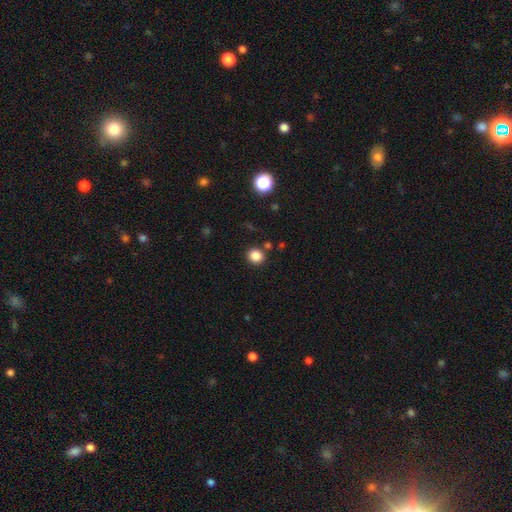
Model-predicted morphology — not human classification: Q: Smooth or featured?
A: smooth (84%); runner-up: star or artifact (12%)
Q: How rounded?
A: round (84%); runner-up: in between (15%)
Q: Merging?
A: none (85%); runner-up: minor disturbance (7%)